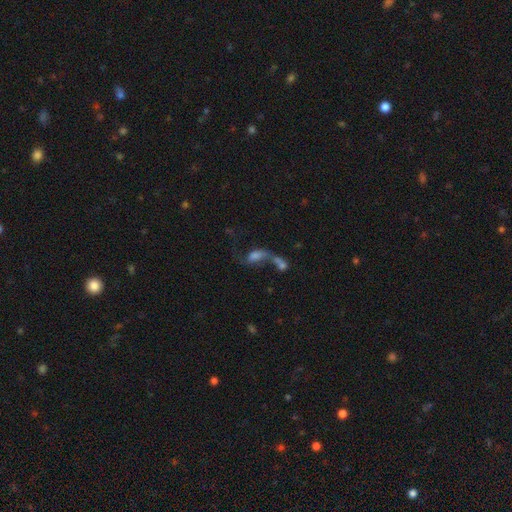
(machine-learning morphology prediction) The model was most divided on "smooth or featured": featured or disk: 45%, smooth: 40%, star or artifact: 15%. More confident: merging — merger (56%).